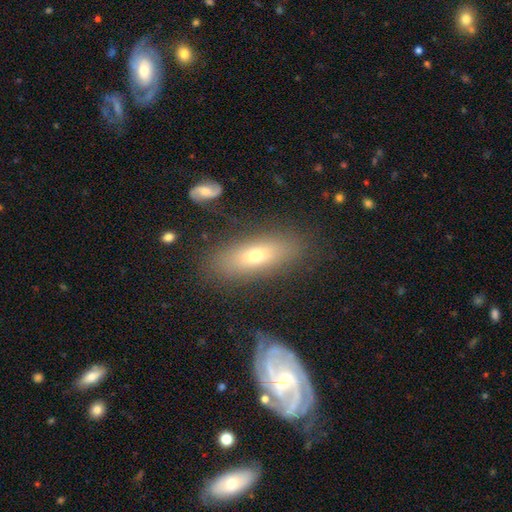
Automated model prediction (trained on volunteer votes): A smooth galaxy with no disk features (57%) that is in between round and cigar-shaped (64%). Merging: none (79%).